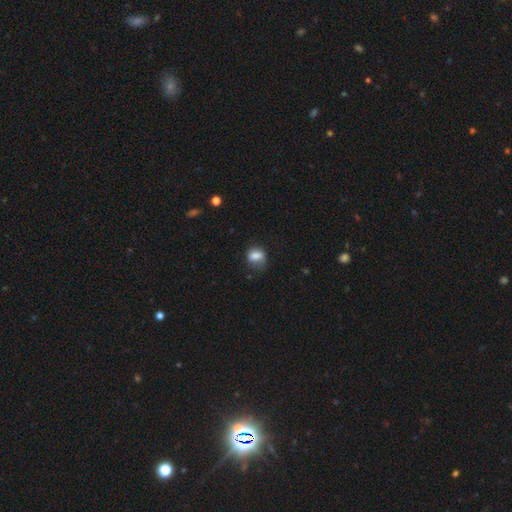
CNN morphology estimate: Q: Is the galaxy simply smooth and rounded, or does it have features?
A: smooth — 78%.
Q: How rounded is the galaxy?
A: in between — 60%.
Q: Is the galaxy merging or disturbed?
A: none — 54%.